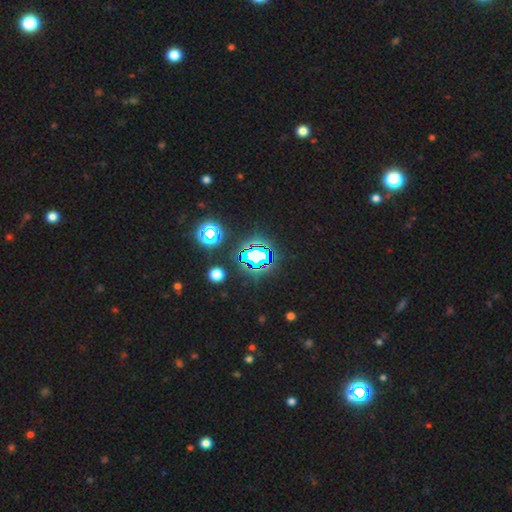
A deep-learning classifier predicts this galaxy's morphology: star or artifact 69%, smooth 18%, featured or disk 13%.